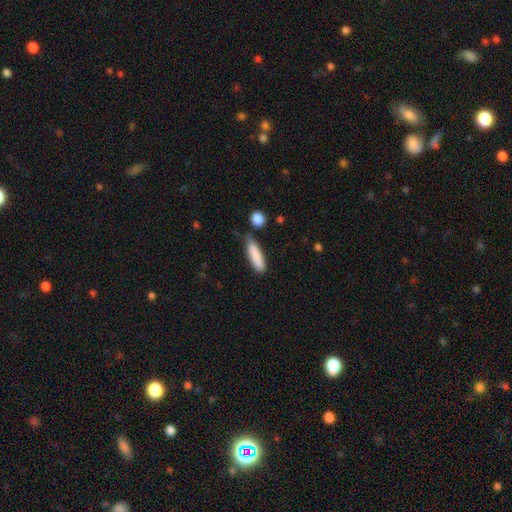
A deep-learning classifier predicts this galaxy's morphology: Smooth or featured? smooth (86%)
How rounded? cigar-shaped (71%)
Merging? none (65%)